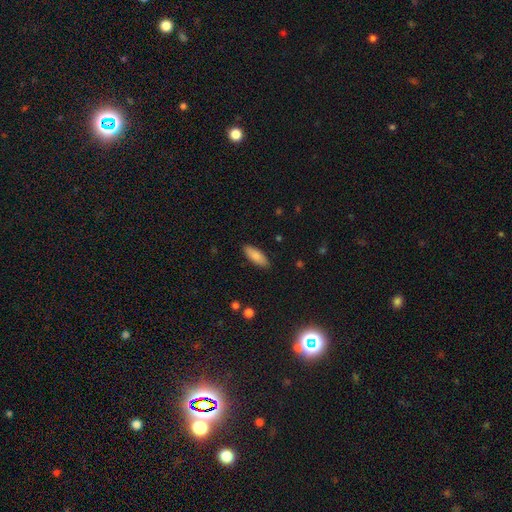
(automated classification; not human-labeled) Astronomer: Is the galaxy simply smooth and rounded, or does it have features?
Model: smooth — 83%.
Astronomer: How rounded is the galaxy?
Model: in between — 69%.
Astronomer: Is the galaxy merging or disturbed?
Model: none — 88%.